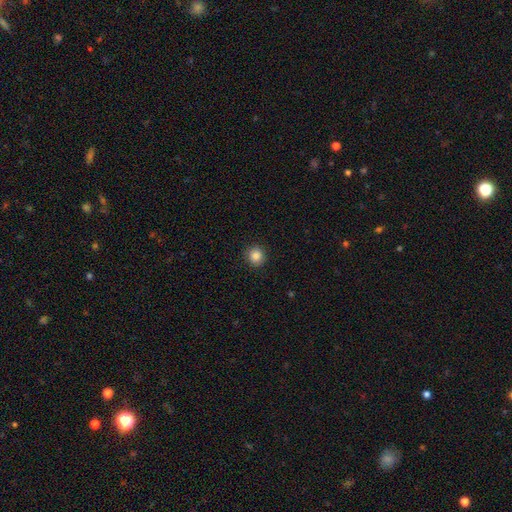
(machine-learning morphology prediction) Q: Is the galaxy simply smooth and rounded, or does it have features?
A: smooth — 86%.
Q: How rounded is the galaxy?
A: round — 91%.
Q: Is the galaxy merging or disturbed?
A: none — 92%.